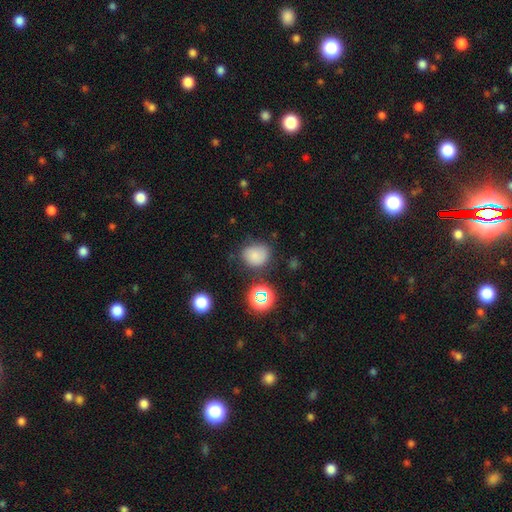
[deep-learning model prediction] Smooth or featured?
  - smooth: 75% *
  - star or artifact: 16%
  - featured or disk: 9%
How rounded?
  - round: 68% *
  - in between: 31%
  - cigar-shaped: 1%
Merging?
  - none: 67% *
  - minor disturbance: 22%
  - major disturbance: 7%
  - merger: 4%